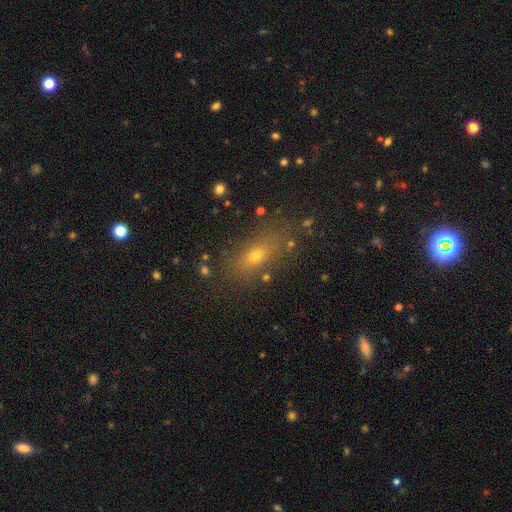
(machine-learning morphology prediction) Smooth or featured?
  - smooth: 65% *
  - star or artifact: 19%
  - featured or disk: 16%
How rounded?
  - in between: 68% *
  - cigar-shaped: 18%
  - round: 14%
Merging?
  - none: 79% *
  - minor disturbance: 12%
  - major disturbance: 5%
  - merger: 3%